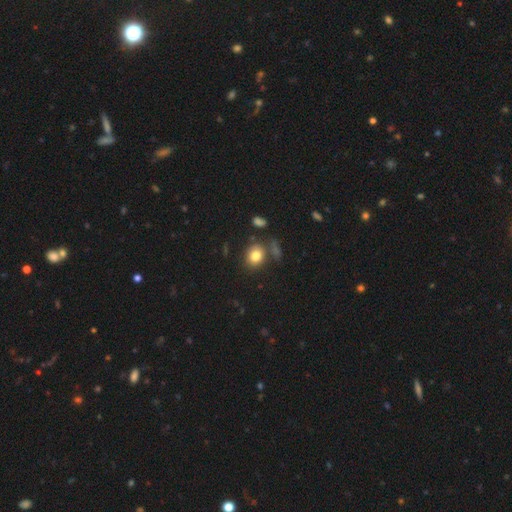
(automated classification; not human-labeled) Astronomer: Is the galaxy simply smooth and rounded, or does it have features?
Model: smooth — 80%.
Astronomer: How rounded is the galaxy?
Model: round — 60% (runner-up: in between, 39%).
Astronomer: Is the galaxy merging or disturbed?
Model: none — 74%.